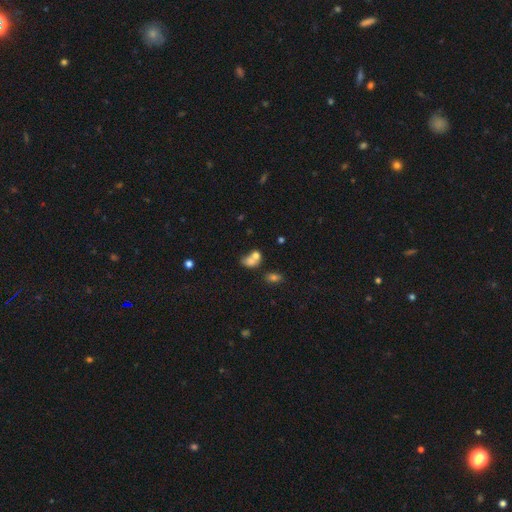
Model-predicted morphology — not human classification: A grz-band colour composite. It shows a smooth galaxy with no disk features (70%) that is in between round and cigar-shaped (58%). Merging: merger (60%).